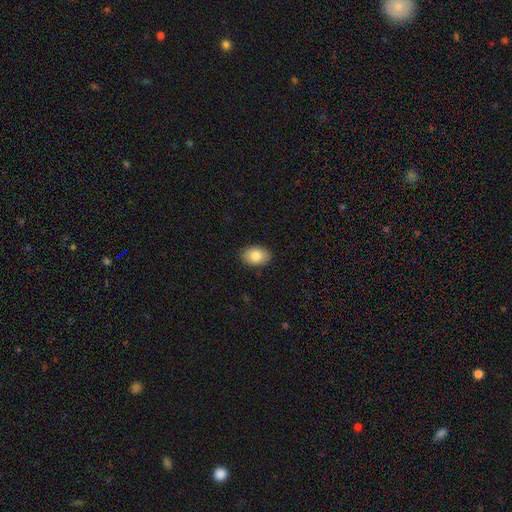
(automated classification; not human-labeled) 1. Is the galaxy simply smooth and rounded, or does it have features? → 84% smooth, 9% featured or disk, 7% star or artifact.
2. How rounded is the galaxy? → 81% in between, 18% round, 1% cigar-shaped.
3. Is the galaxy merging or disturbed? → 89% none, 8% minor disturbance, 2% major disturbance, 1% merger.